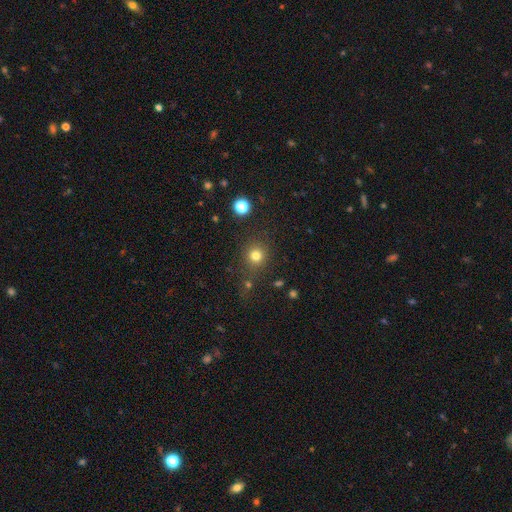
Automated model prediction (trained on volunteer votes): A smooth galaxy with no disk features (78%) that is round (90%).

Vote fractions:
- Smooth or featured? smooth: 78% / star or artifact: 16% / featured or disk: 6%
- How rounded? round: 90% / in between: 9% / cigar-shaped: 1%
- Merging? none: 80% / minor disturbance: 9% / merger: 6% / major disturbance: 5%